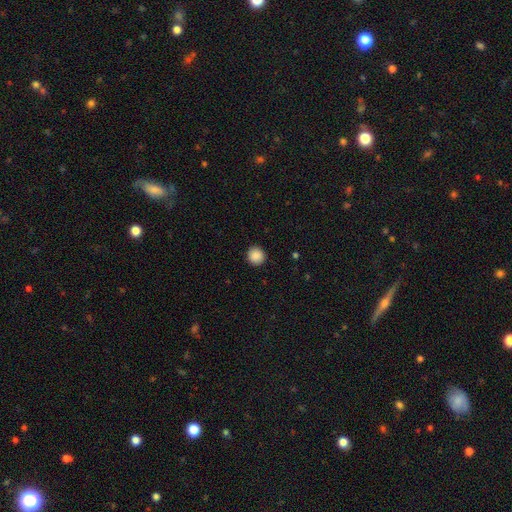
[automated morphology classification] Overall: smooth (89%). How rounded: round (93%). Merging: none (92%).